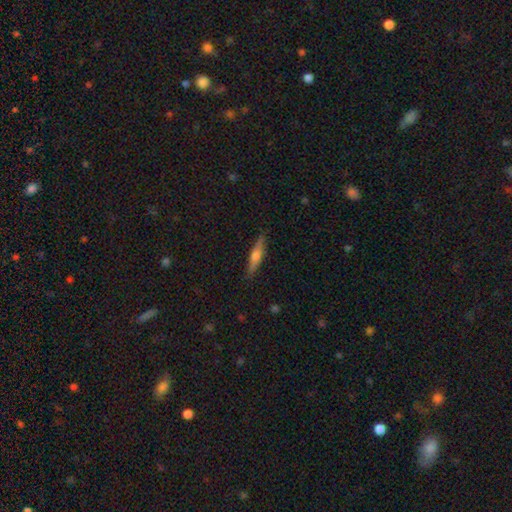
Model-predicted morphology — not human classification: smooth_or_featured: featured or disk (p=0.53) [alt: smooth p=0.40]
disk_edge_on: yes (p=0.96) [alt: no p=0.04]
edge_on_bulge: rounded (p=0.87) [alt: boxy p=0.08]
merging: none (p=0.89) [alt: minor disturbance p=0.09]